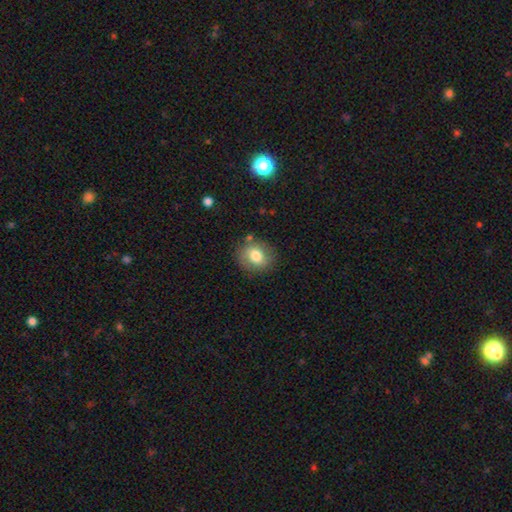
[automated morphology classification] smooth_or_featured: smooth (p=0.78) [alt: featured or disk p=0.13]
how_rounded: round (p=0.71) [alt: in between p=0.28]
merging: none (p=0.82) [alt: minor disturbance p=0.12]